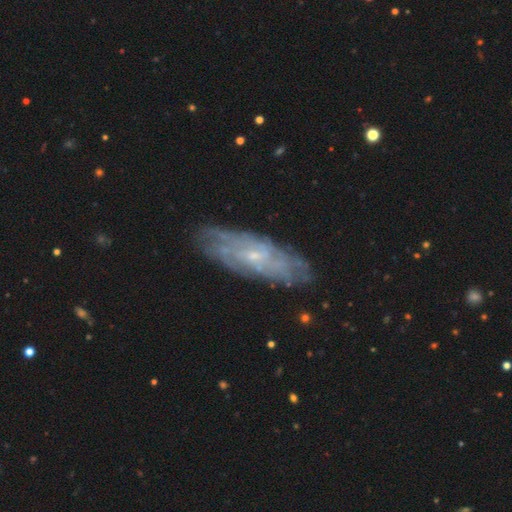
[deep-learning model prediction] smooth_or_featured: featured or disk (p=0.76) [alt: smooth p=0.17]
disk_edge_on: no (p=0.81) [alt: yes p=0.19]
bar: no (p=0.62) [alt: weak p=0.32]
has_spiral_arms: yes (p=0.87) [alt: no p=0.13]
spiral_winding: tight (p=0.64) [alt: medium p=0.27]
spiral_arm_count: can't tell (p=0.59) [alt: 2 p=0.11]
bulge_size: small (p=0.80) [alt: moderate p=0.14]
merging: none (p=0.82) [alt: minor disturbance p=0.13]